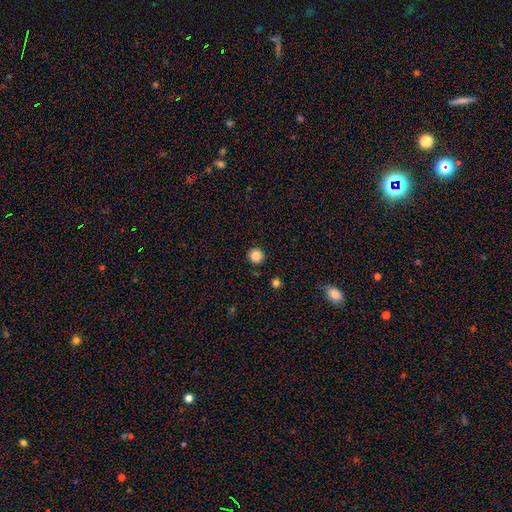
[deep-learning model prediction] Overall: smooth (85%). How rounded: round (95%). Merging: none (91%).